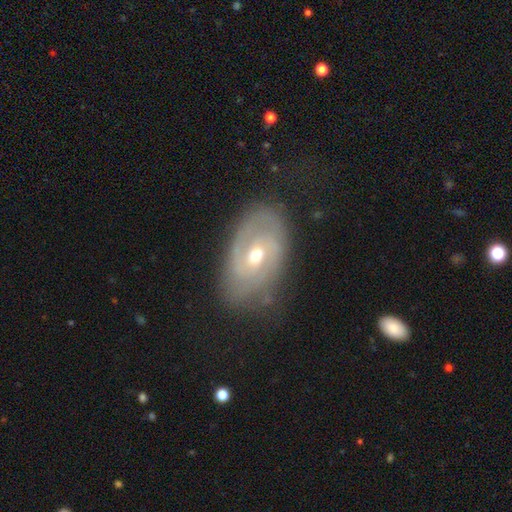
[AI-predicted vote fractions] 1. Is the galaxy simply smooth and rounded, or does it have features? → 79% featured or disk, 15% smooth, 6% star or artifact.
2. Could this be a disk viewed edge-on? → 94% no, 6% yes.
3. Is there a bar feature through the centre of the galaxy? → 53% no, 38% weak, 9% strong.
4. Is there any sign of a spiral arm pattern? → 85% yes, 15% no.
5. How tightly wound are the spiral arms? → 61% tight, 29% medium, 10% loose.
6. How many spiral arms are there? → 52% 2, 30% can't tell, 8% 3, 6% 1, 3% 4, 2% more than 4.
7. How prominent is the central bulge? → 65% moderate, 30% small, 3% large, 1% none, 1% dominant.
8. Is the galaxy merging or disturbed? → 73% none, 19% minor disturbance, 6% major disturbance, 2% merger.